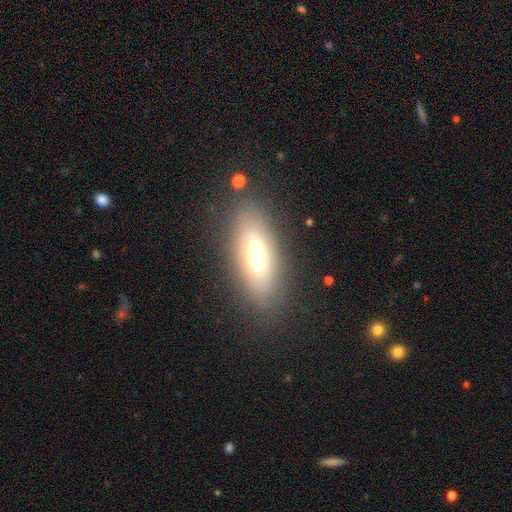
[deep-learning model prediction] This is possibly a smooth galaxy (59%). How rounded: likely in between (70%). Merging: clearly none (84%).